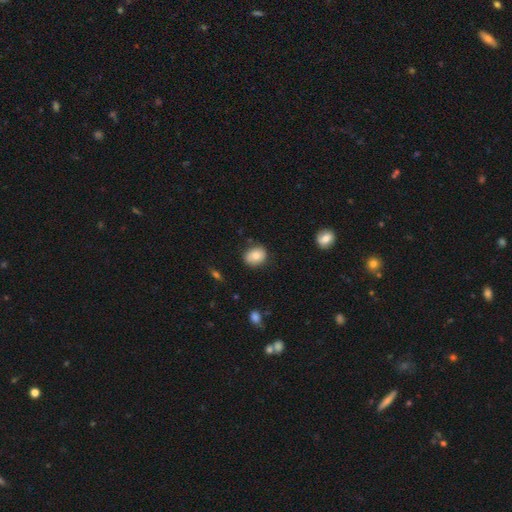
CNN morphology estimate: smooth-or-featured: smooth: 79% | featured or disk: 12% | star or artifact: 9%
  how-rounded: round: 57% | in between: 42% | cigar-shaped: 1%
  merging: none: 80% | minor disturbance: 15% | major disturbance: 3% | merger: 2%